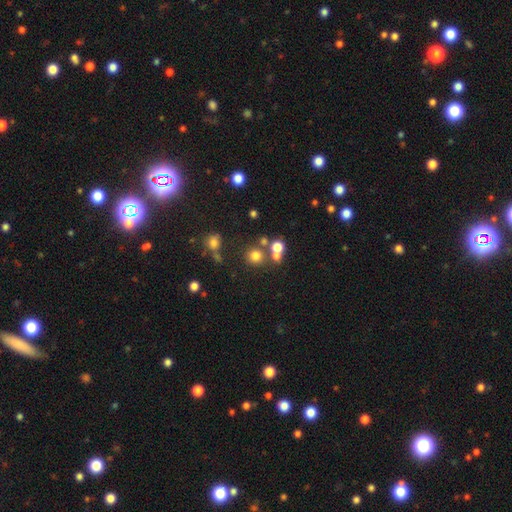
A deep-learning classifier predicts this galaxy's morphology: type=smooth (71%); roundness=round (90%); merging=none (68%).